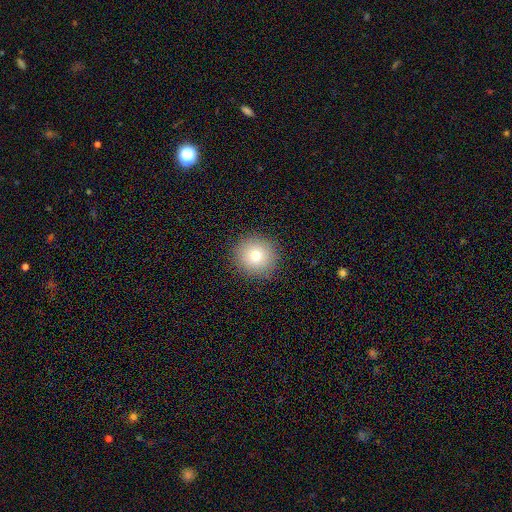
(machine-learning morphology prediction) Overall: smooth (75%). How rounded: round (93%). Merging: none (90%).